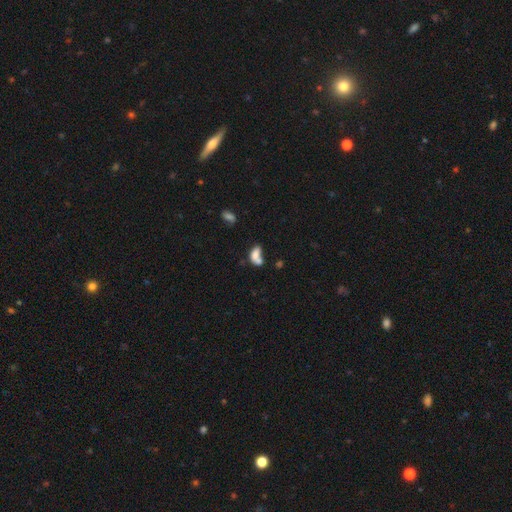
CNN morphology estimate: Overall: smooth (72%). How rounded: in between (86%). Merging: merger (57%; none 21%).